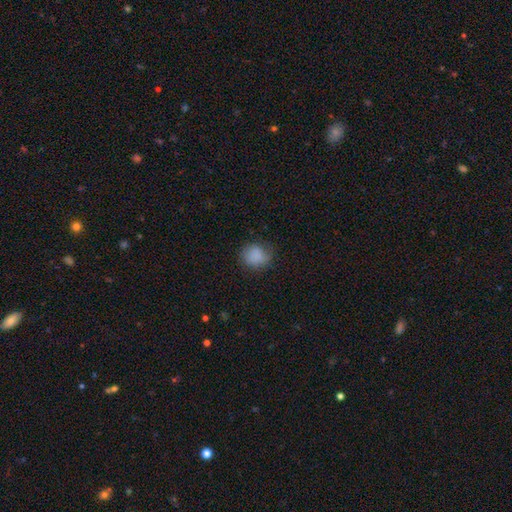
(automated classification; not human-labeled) smooth 86%, star or artifact 9%, featured or disk 5%. Down the decision tree: how rounded — round (75%); merging — none (75%).